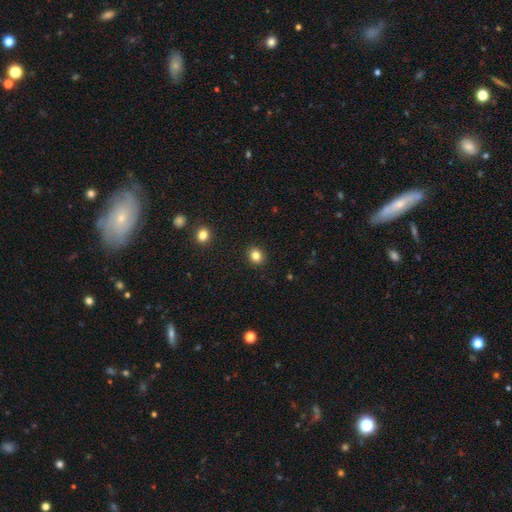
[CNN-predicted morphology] This is clearly a smooth galaxy (82%). How rounded: likely round (75%). Merging: clearly none (91%).